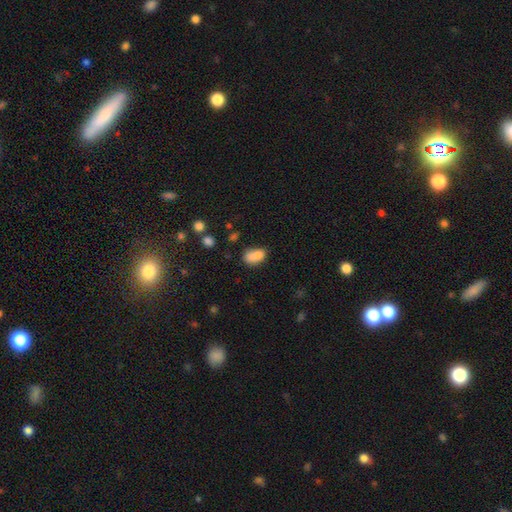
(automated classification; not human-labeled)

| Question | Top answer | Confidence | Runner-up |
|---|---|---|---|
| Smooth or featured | smooth | 78% | featured or disk (12%) |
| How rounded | in between | 82% | round (16%) |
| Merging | none | 38% | merger (35%) |